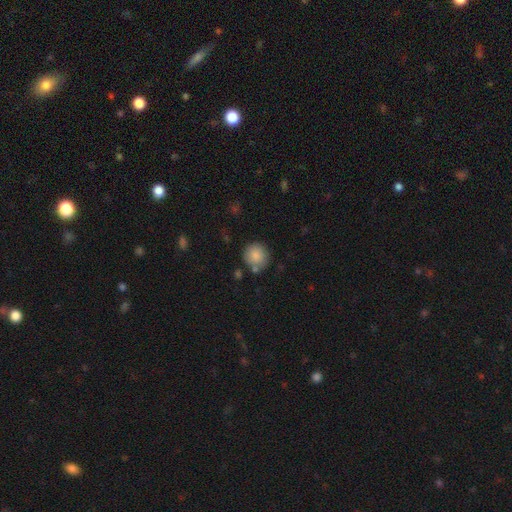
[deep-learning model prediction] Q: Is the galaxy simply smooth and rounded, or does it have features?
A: smooth — 86%.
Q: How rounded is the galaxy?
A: round — 92%.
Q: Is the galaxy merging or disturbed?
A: none — 77%.